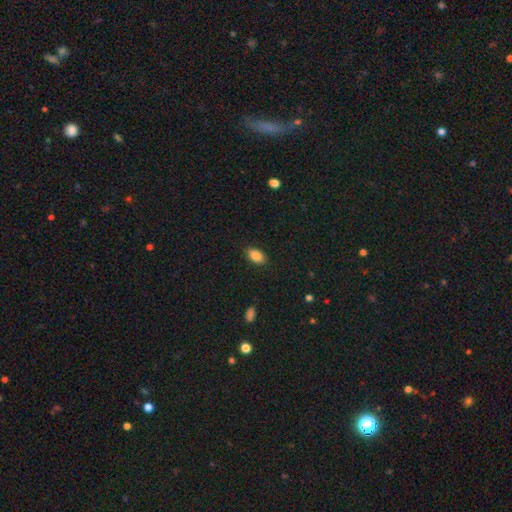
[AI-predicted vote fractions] A smooth galaxy with no disk features (86%) that is in between round and cigar-shaped (91%).

Vote fractions:
- Smooth or featured? smooth: 86% / star or artifact: 8% / featured or disk: 6%
- How rounded? in between: 91% / round: 7% / cigar-shaped: 2%
- Merging? none: 86% / minor disturbance: 11% / major disturbance: 2% / merger: 1%